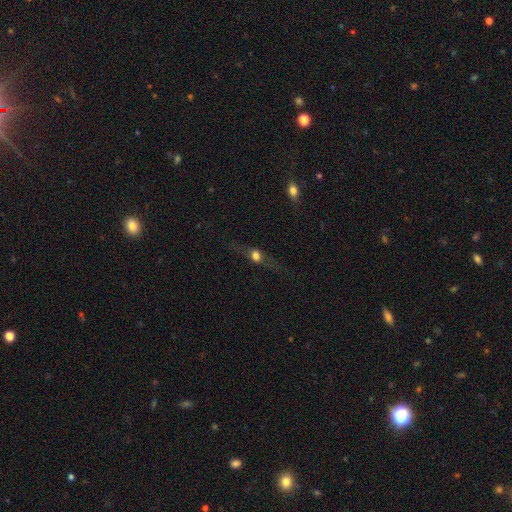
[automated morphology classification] This is possibly a featured or disk galaxy (52%). It is clearly viewed edge-on (84%). Merging: likely none (78%).